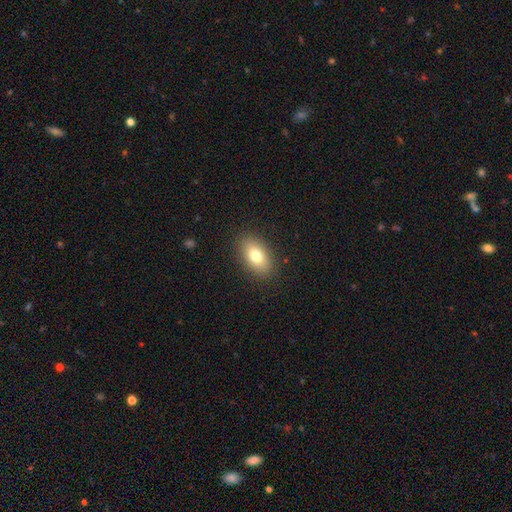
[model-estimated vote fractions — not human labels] A smooth galaxy with no disk features (77%) that is in between round and cigar-shaped (88%). Merging: none (88%).